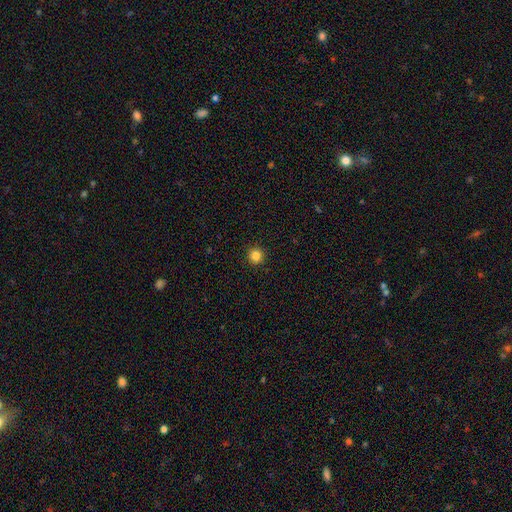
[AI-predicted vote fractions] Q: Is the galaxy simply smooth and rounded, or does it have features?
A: smooth — 84%.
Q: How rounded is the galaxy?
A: round — 95%.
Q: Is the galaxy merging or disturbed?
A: none — 93%.